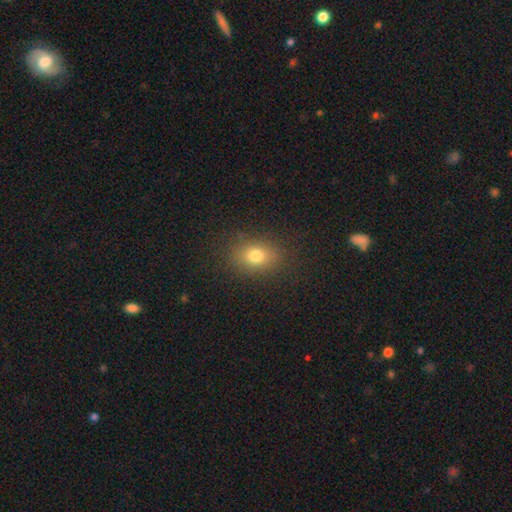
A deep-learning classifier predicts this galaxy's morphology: Smooth or featured? Predicted: smooth (p=0.77). How rounded? Predicted: in between (p=0.59). Merging? Predicted: none (p=0.85).